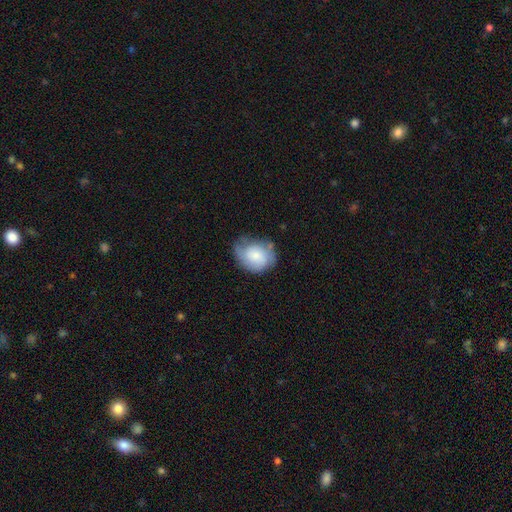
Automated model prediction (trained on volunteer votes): A smooth galaxy with no disk features (64%) that is round (51%).

Vote fractions:
- Smooth or featured? smooth: 64% / featured or disk: 29% / star or artifact: 7%
- How rounded? round: 51% / in between: 48% / cigar-shaped: 1%
- Merging? none: 50% / minor disturbance: 34% / major disturbance: 13% / merger: 3%